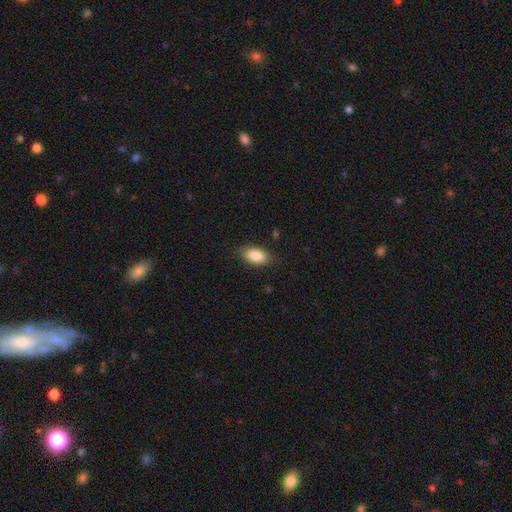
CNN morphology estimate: This is clearly a smooth galaxy (85%). How rounded: clearly in between (90%). Merging: clearly none (84%).